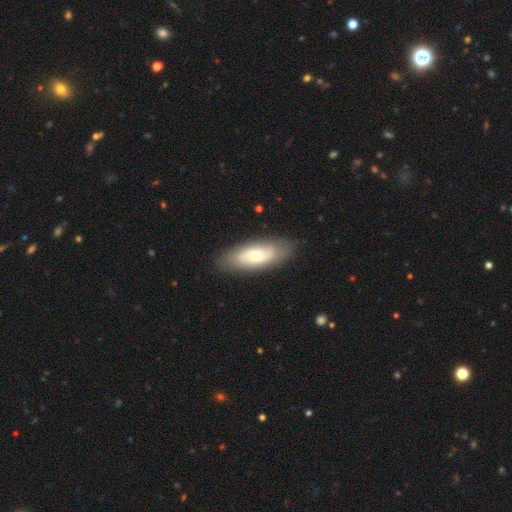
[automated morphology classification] The model was most divided on "smooth or featured": smooth: 58%, featured or disk: 36%, star or artifact: 6%. More confident: merging — none (84%); how rounded — in between (75%).